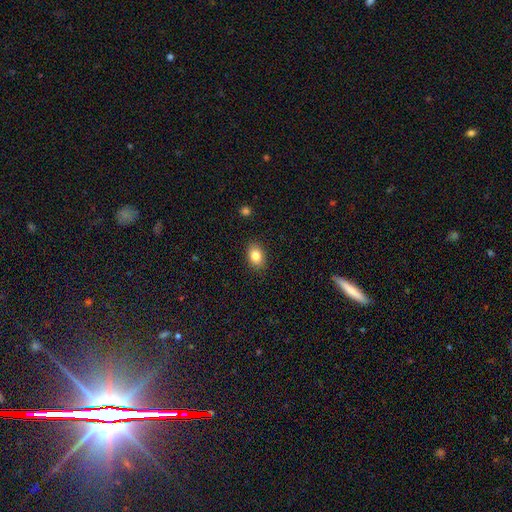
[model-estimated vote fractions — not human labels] smooth 83%, star or artifact 9%, featured or disk 8%. Down the decision tree: how rounded — in between (79%); merging — none (88%).